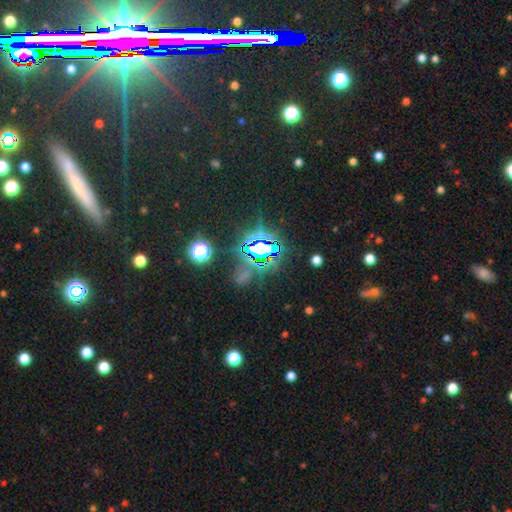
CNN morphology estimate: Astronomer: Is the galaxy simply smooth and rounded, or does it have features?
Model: star or artifact — 76%.